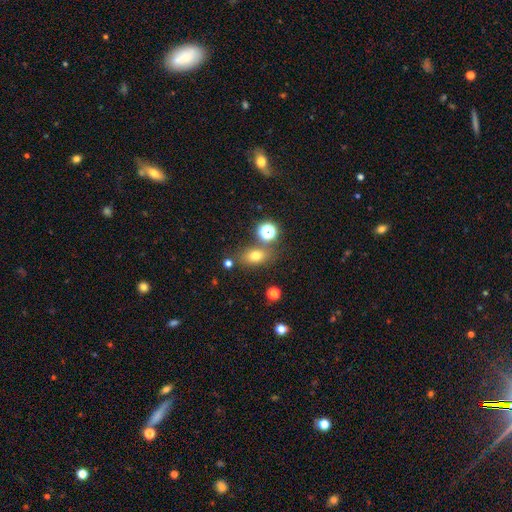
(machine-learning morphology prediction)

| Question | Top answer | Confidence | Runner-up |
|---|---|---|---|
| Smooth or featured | smooth | 70% | star or artifact (18%) |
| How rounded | in between | 68% | round (29%) |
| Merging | none | 71% | minor disturbance (13%) |